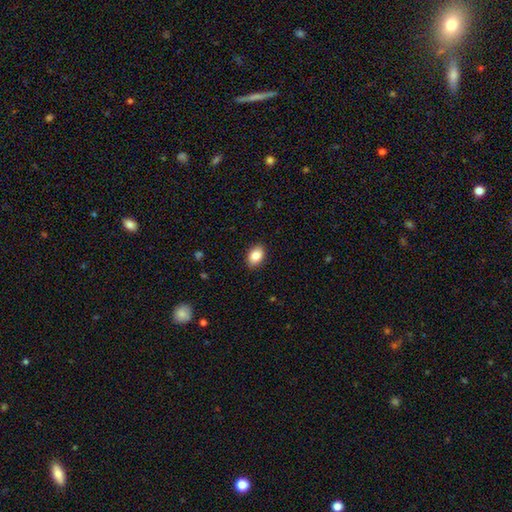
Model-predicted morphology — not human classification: This appears to be a smooth galaxy with no disk features (86%) that is in between round and cigar-shaped (82%). Merging: none (88%).